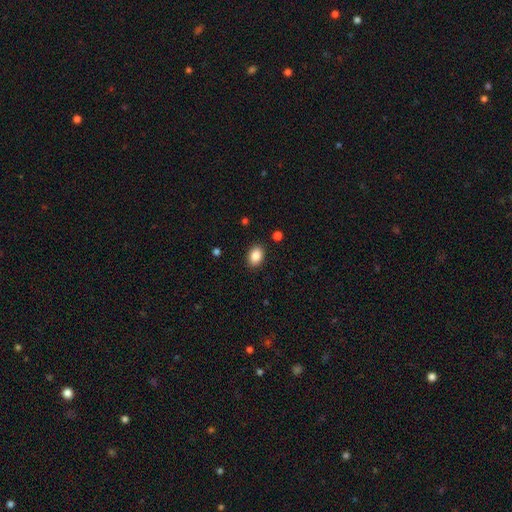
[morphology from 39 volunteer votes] A smooth galaxy with no disk features (85%) that is in between round and cigar-shaped (91%).

Vote fractions:
- Smooth or featured? smooth: 85% / star or artifact: 10% / featured or disk: 5%
- How rounded? in between: 91% / round: 9% / cigar-shaped: 0%
- Merging? none: 94% / minor disturbance: 3% / merger: 3% / major disturbance: 0%